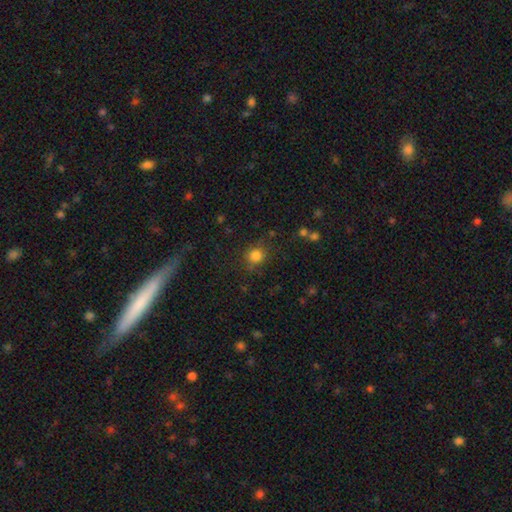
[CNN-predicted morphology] smooth-or-featured: smooth: 82% | star or artifact: 13% | featured or disk: 5%
  how-rounded: round: 85% | in between: 14% | cigar-shaped: 1%
  merging: none: 81% | minor disturbance: 12% | major disturbance: 4% | merger: 3%